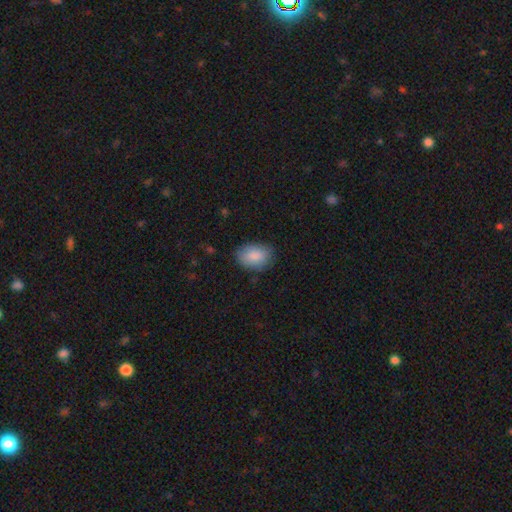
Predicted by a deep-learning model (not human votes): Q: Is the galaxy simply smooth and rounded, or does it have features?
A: smooth — 88%.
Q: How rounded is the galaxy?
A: in between — 84%.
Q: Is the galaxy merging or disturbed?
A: none — 79%.